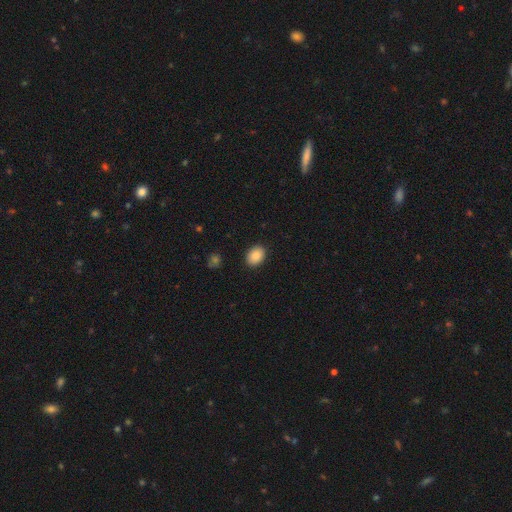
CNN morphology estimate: A smooth galaxy with no disk features (88%) that is in between round and cigar-shaped (71%).

Vote fractions:
- Smooth or featured? smooth: 88% / star or artifact: 8% / featured or disk: 4%
- How rounded? in between: 71% / round: 28% / cigar-shaped: 1%
- Merging? none: 90% / minor disturbance: 7% / major disturbance: 2% / merger: 1%